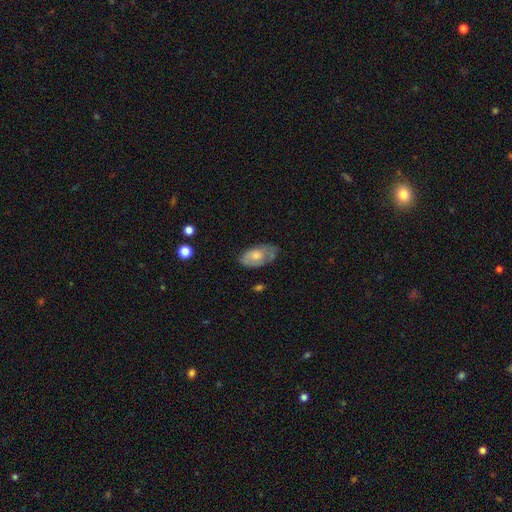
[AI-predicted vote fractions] The model was most divided on "merging": none: 53%, minor disturbance: 33%, major disturbance: 12%, merger: 2%. More confident: how rounded — in between (92%); smooth or featured — smooth (59%).